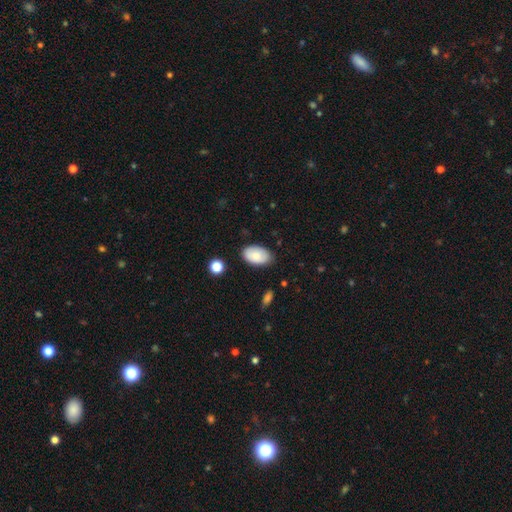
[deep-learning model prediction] The model was most divided on "merging": none: 80%, minor disturbance: 15%, major disturbance: 3%, merger: 2%. More confident: how rounded — in between (93%); smooth or featured — smooth (82%).